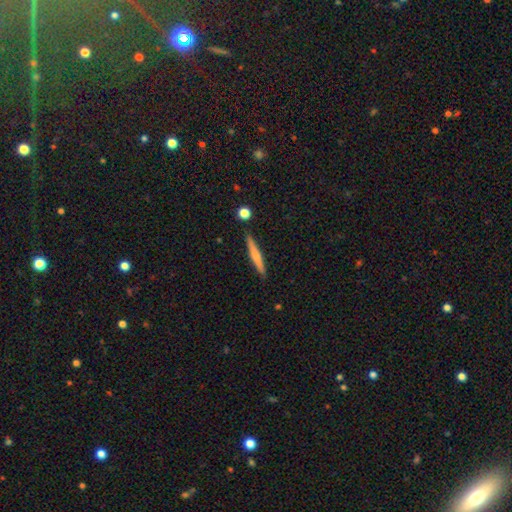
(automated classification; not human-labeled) Smooth or featured: smooth — 56% (featured or disk — 38%)
How rounded: cigar-shaped — 94% (in between — 4%)
Merging: none — 89% (minor disturbance — 7%)